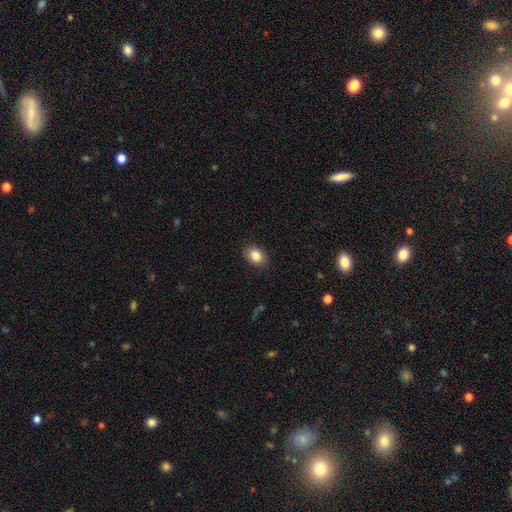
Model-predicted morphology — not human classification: type=smooth (85%); roundness=in between (80%); merging=none (88%).